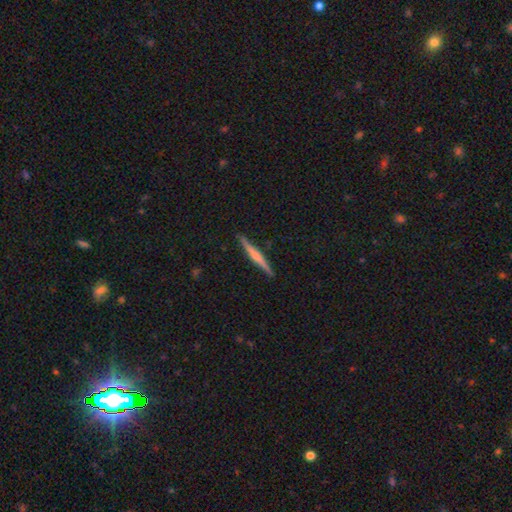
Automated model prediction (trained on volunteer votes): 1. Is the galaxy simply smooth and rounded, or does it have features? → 57% featured or disk, 37% smooth, 6% star or artifact.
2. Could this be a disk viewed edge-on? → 98% yes, 2% no.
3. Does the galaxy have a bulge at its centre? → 54% rounded, 32% none, 14% boxy.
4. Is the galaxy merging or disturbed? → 90% none, 7% minor disturbance, 1% major disturbance, 1% merger.